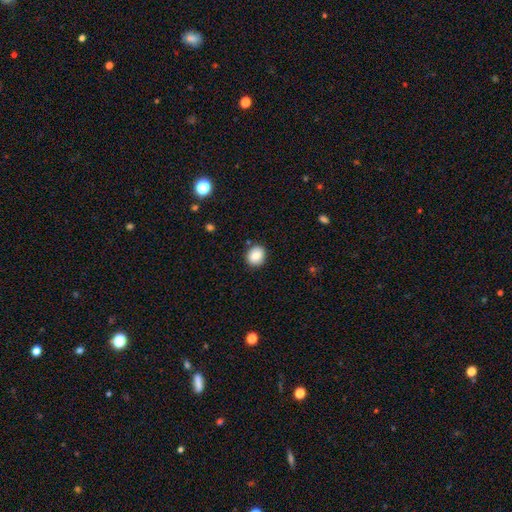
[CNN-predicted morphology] smooth-or-featured: smooth: 85% | star or artifact: 8% | featured or disk: 6%
  how-rounded: round: 68% | in between: 31% | cigar-shaped: 1%
  merging: none: 87% | minor disturbance: 9% | major disturbance: 2% | merger: 2%